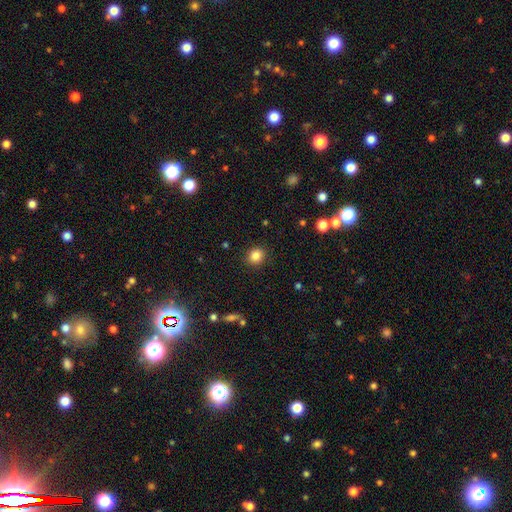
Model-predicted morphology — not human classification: Smooth or featured? smooth (85%)
How rounded? round (79%)
Merging? none (90%)